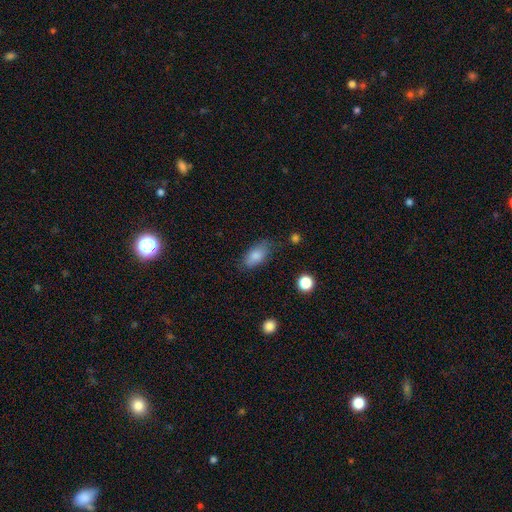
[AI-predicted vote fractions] Smooth or featured? Predicted: smooth (p=0.83). How rounded? Predicted: in between (p=0.91). Merging? Predicted: none (p=0.73).